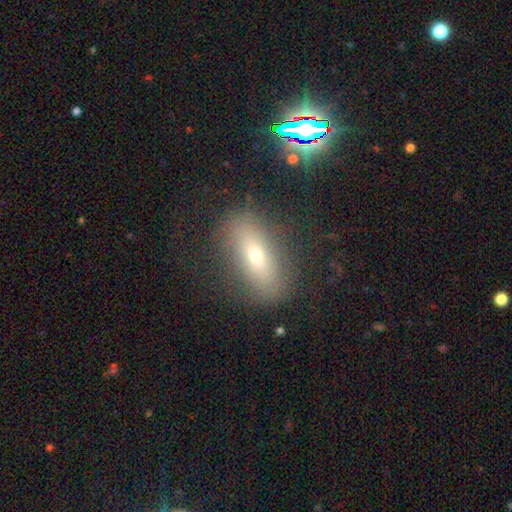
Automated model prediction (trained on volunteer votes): A smooth galaxy with no disk features (63%) that is in between round and cigar-shaped (70%). Merging: none (80%).